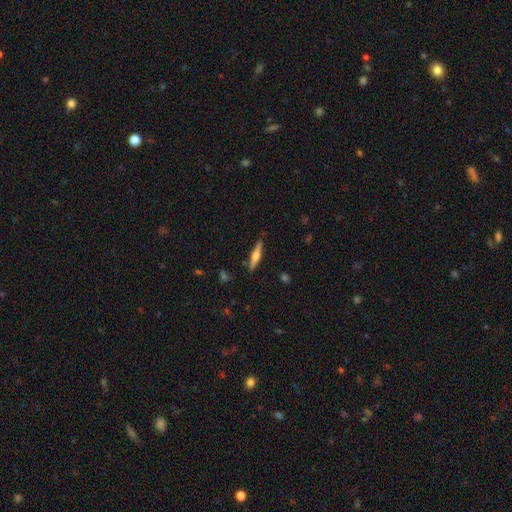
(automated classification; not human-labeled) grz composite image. It shows a featured or disk galaxy (61%) viewed edge-on (97%) with a rounded central bulge (90%). Merging: none (88%).